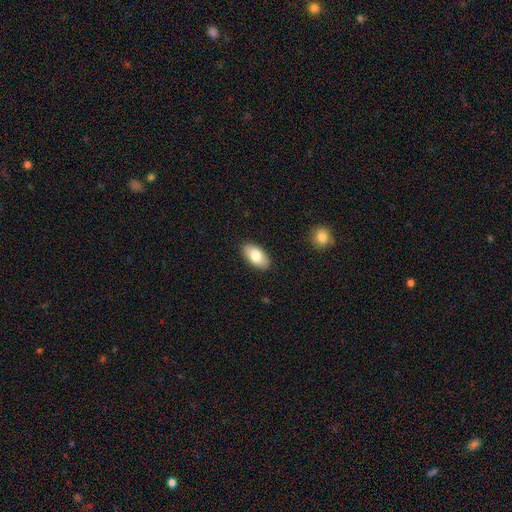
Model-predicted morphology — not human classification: Overall: smooth (80%). How rounded: in between (94%). Merging: none (89%).